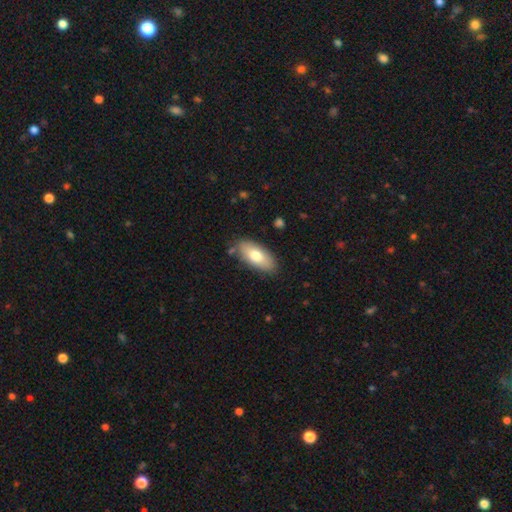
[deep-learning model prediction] Smooth or featured? smooth (73%)
How rounded? in between (86%)
Merging? none (82%)